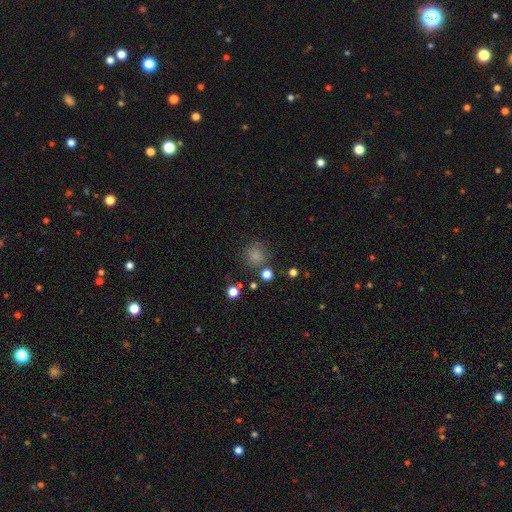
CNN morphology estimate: A smooth galaxy with no disk features (80%) that is round (90%).

Vote fractions:
- Smooth or featured? smooth: 80% / star or artifact: 15% / featured or disk: 6%
- How rounded? round: 90% / in between: 9% / cigar-shaped: 1%
- Merging? none: 78% / minor disturbance: 12% / major disturbance: 5% / merger: 5%